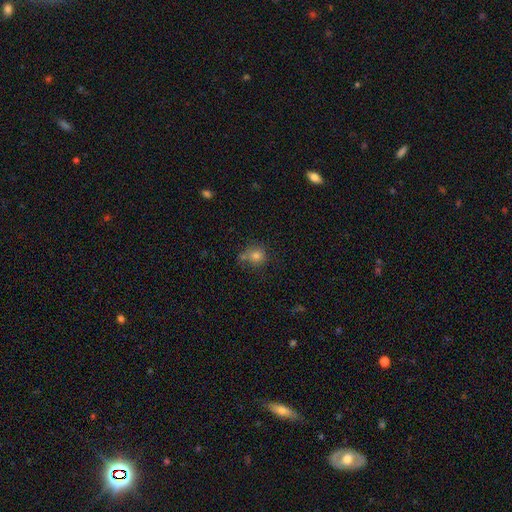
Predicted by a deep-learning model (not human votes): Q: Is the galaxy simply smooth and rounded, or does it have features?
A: smooth — 76%.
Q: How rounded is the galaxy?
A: round — 85%.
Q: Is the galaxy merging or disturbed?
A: none — 62%.